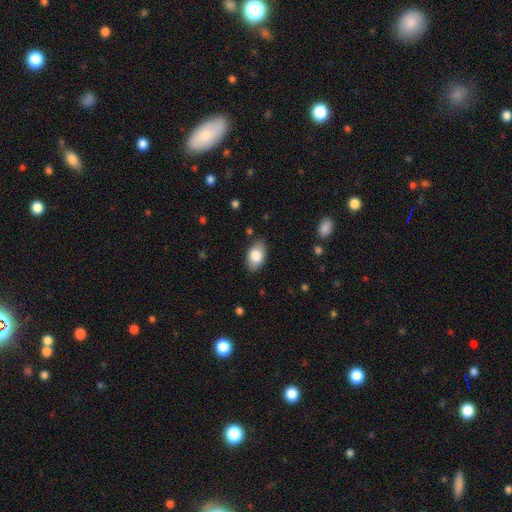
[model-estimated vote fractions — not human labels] The model was most divided on "smooth or featured": smooth: 82%, featured or disk: 12%, star or artifact: 6%. More confident: how rounded — in between (93%); merging — none (83%).